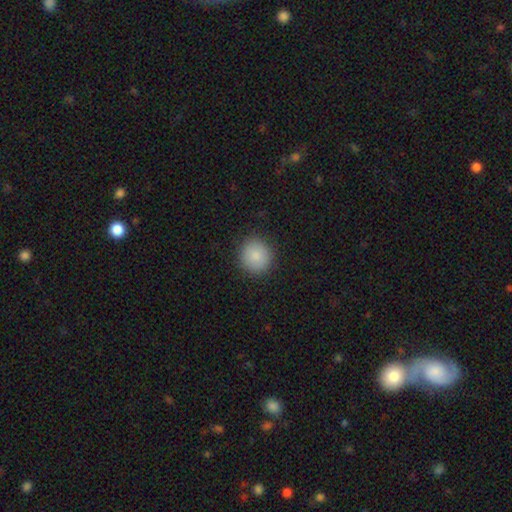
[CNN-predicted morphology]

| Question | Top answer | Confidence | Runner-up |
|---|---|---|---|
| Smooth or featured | smooth | 86% | star or artifact (8%) |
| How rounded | round | 92% | in between (7%) |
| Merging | none | 90% | minor disturbance (7%) |